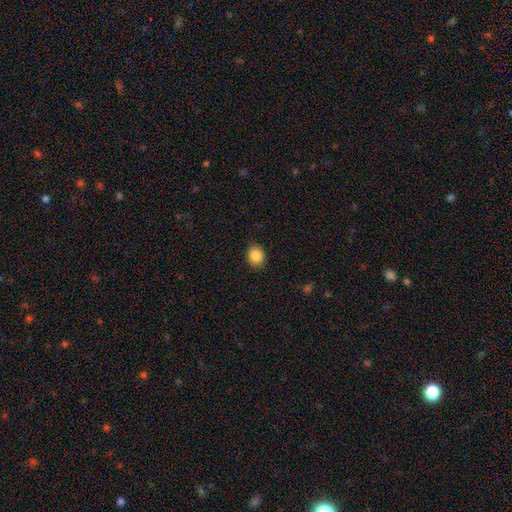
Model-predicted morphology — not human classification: This appears to be a smooth galaxy with no disk features (87%) that is round (64%). Merging: none (88%).